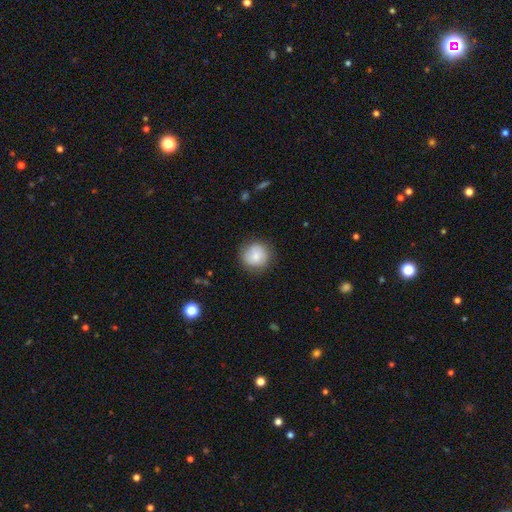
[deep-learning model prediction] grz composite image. It shows a smooth galaxy with no disk features (80%) that is round (93%). Merging: none (84%).